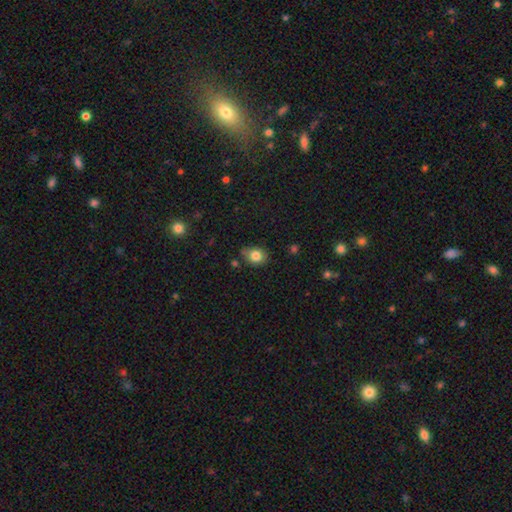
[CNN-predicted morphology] Smooth or featured? Predicted: smooth (p=0.81). How rounded? Predicted: round (p=0.51). Merging? Predicted: none (p=0.64).